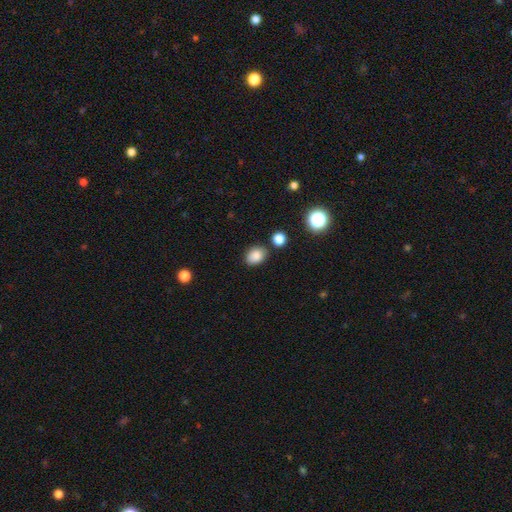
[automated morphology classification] A smooth galaxy with no disk features (85%) that is in between round and cigar-shaped (68%).

Vote fractions:
- Smooth or featured? smooth: 85% / star or artifact: 10% / featured or disk: 5%
- How rounded? in between: 68% / round: 31% / cigar-shaped: 1%
- Merging? none: 79% / minor disturbance: 13% / merger: 5% / major disturbance: 3%